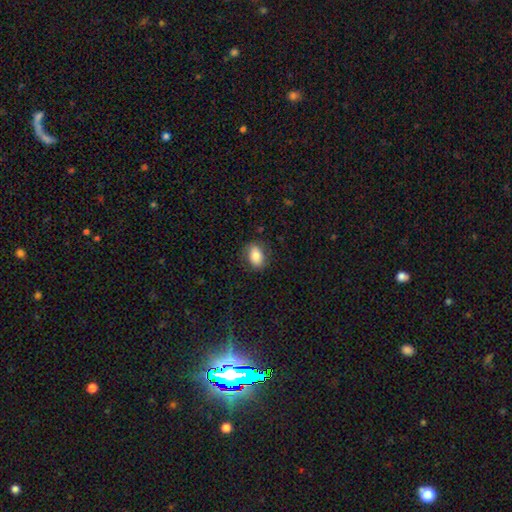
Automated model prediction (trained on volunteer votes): A smooth galaxy with no disk features (81%) that is in between round and cigar-shaped (82%).

Vote fractions:
- Smooth or featured? smooth: 81% / featured or disk: 11% / star or artifact: 8%
- How rounded? in between: 82% / round: 17% / cigar-shaped: 2%
- Merging? none: 80% / minor disturbance: 14% / major disturbance: 4% / merger: 1%